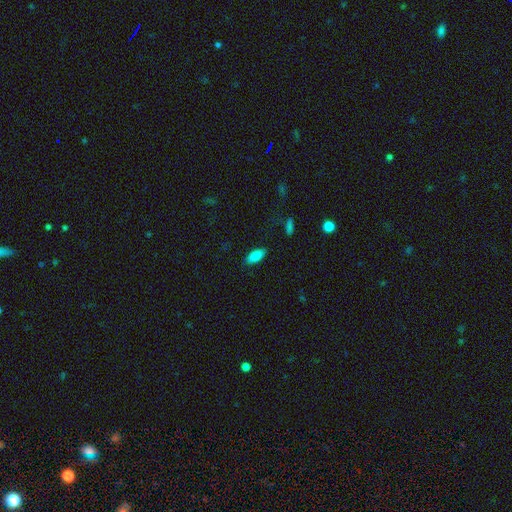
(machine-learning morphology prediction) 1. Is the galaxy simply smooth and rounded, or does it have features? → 81% smooth, 11% featured or disk, 7% star or artifact.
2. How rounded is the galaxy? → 83% in between, 14% cigar-shaped, 2% round.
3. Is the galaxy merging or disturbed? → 86% none, 10% minor disturbance, 2% major disturbance, 1% merger.